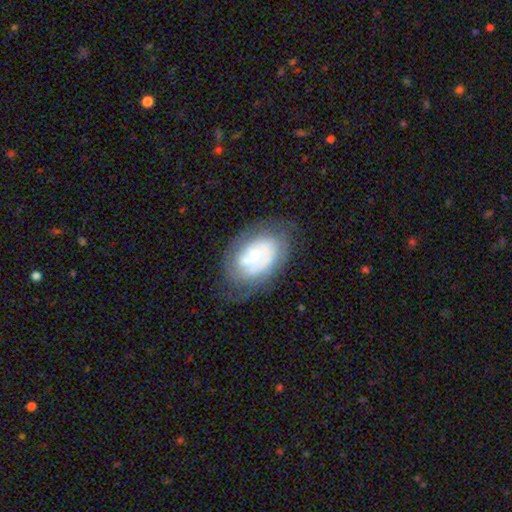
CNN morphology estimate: Q: Smooth or featured?
A: featured or disk (63%); runner-up: smooth (30%)
Q: Edge-on disk?
A: no (96%); runner-up: yes (4%)
Q: Bar?
A: no (82%); runner-up: weak (15%)
Q: Spiral arms?
A: yes (61%); runner-up: no (39%)
Q: Bulge size?
A: small (60%); runner-up: moderate (30%)
Q: Merging?
A: none (60%); runner-up: minor disturbance (23%)